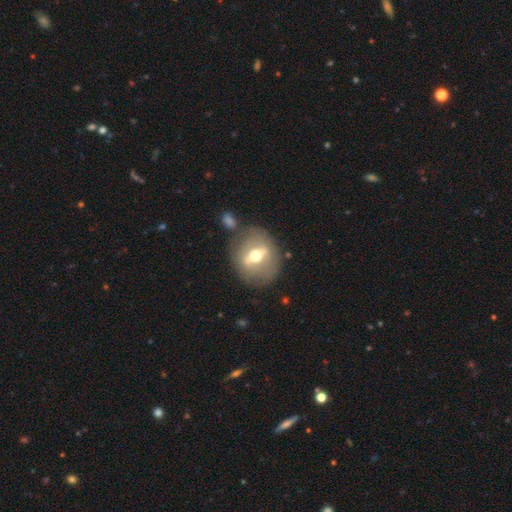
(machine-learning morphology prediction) smooth_or_featured: featured or disk (p=0.67) [alt: smooth p=0.26]
disk_edge_on: no (p=0.73) [alt: yes p=0.27]
merging: none (p=0.72) [alt: minor disturbance p=0.13]